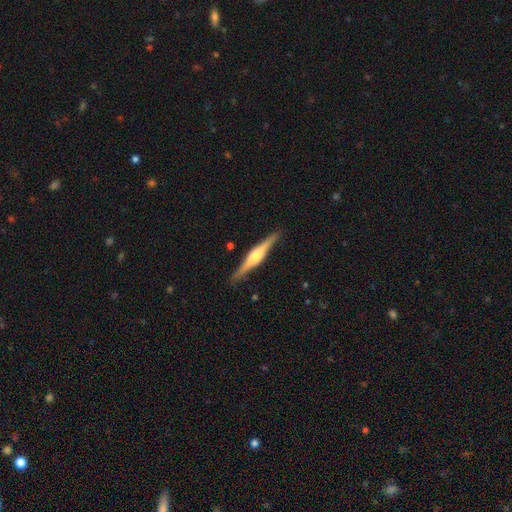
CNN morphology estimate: Smooth or featured: featured or disk — 76% (smooth — 19%)
Edge-on disk: yes — 98% (no — 2%)
Edge-on bulge: rounded — 80% (boxy — 16%)
Merging: none — 90% (minor disturbance — 8%)